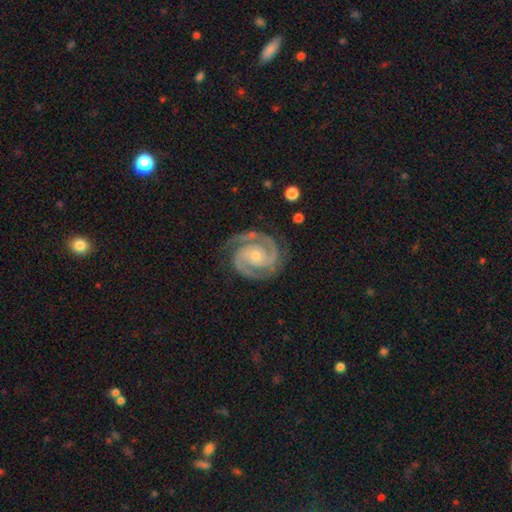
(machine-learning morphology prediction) Overall: featured or disk (93%). Edge-on disk: no (98%). Bar: no (65%). Spiral arms: yes (99%). Spiral arm count: 2 (90%). Spiral winding: tight (68%; medium 29%). Bulge size: small (68%; moderate 28%). Merging: none (82%).